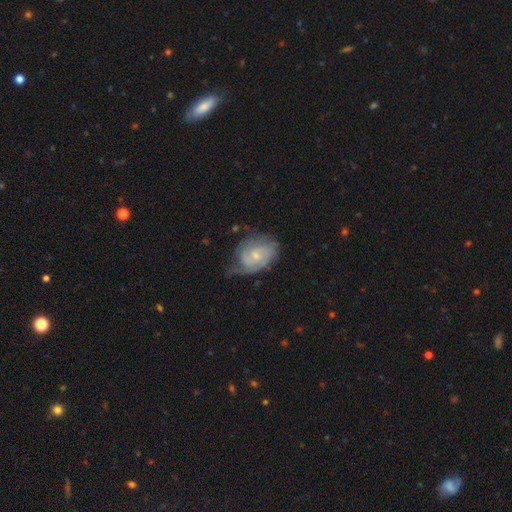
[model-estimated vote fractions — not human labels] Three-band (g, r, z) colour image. It shows a featured or disk galaxy (62%) with no bar (71%), tight (51%) spiral arms (83%) and a small central bulge (63%). Merging: none (43%).